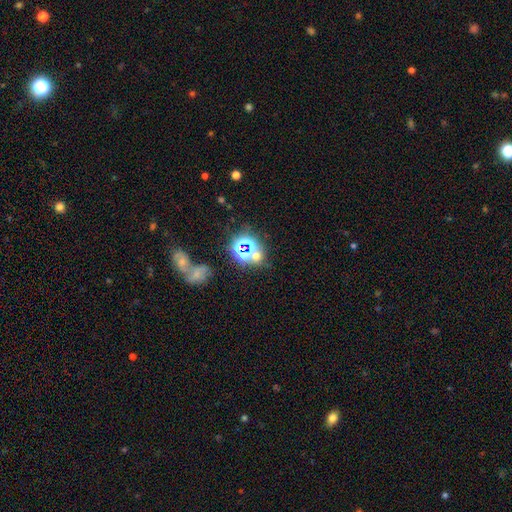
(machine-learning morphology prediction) This appears to be a star or artifact, not a galaxy (61%).